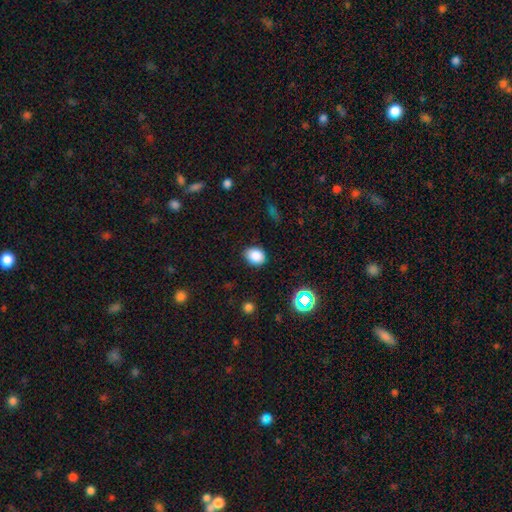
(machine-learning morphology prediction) smooth 85%, star or artifact 11%, featured or disk 4%. Down the decision tree: how rounded — in between (52%); merging — none (85%).